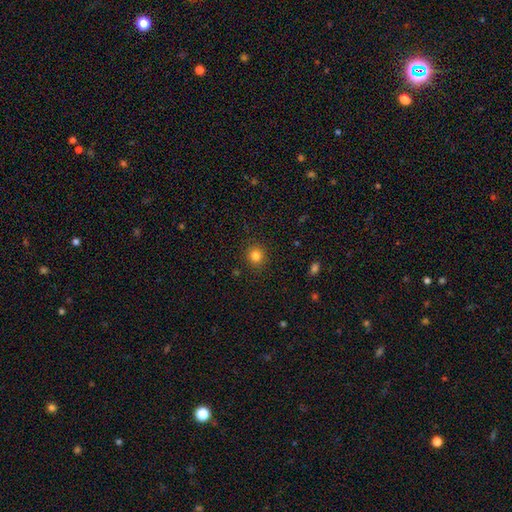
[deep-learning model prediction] smooth 83%, star or artifact 12%, featured or disk 5%. Down the decision tree: how rounded — round (89%); merging — none (90%).